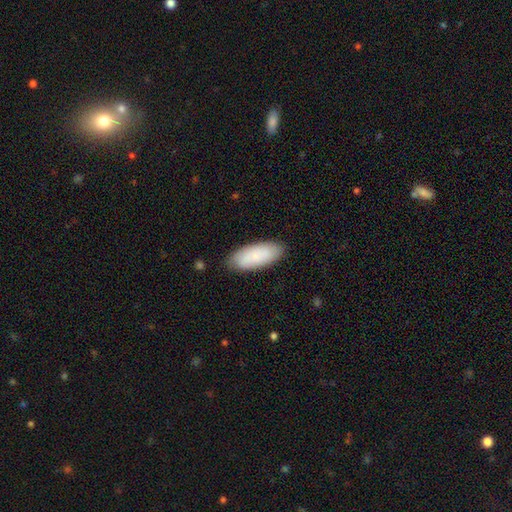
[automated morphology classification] Smooth or featured? smooth (82%)
How rounded? in between (83%)
Merging? none (85%)